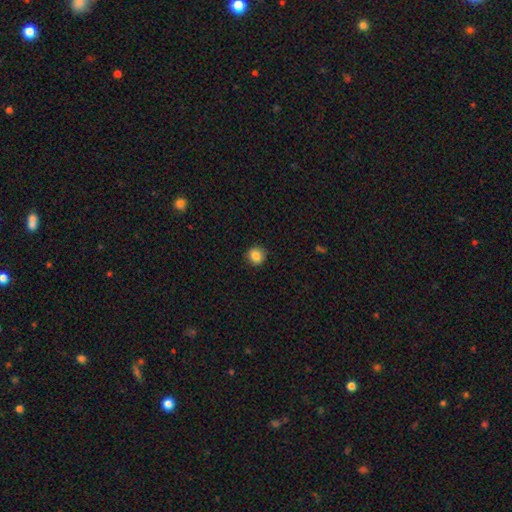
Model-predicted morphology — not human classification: Overall: smooth (85%). How rounded: round (89%). Merging: none (90%).